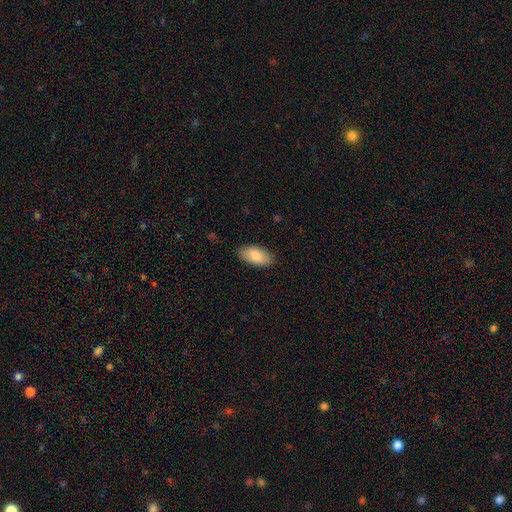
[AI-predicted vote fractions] The model was most divided on "smooth or featured": smooth: 85%, featured or disk: 9%, star or artifact: 6%. More confident: how rounded — in between (93%); merging — none (87%).